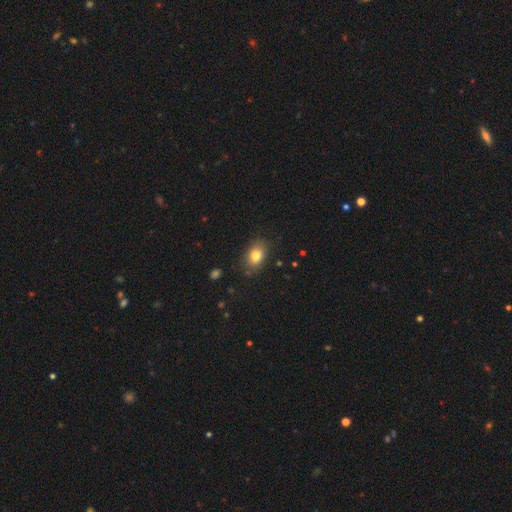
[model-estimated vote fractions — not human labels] Smooth or featured?
  - smooth: 81% *
  - featured or disk: 10%
  - star or artifact: 9%
How rounded?
  - in between: 77% *
  - round: 22%
  - cigar-shaped: 1%
Merging?
  - none: 82% *
  - minor disturbance: 13%
  - major disturbance: 3%
  - merger: 2%